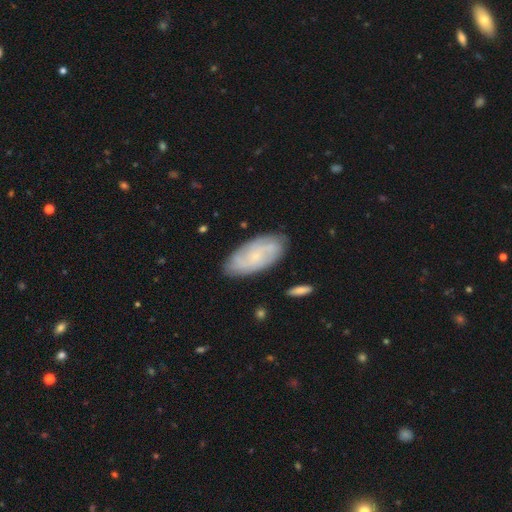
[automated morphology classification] This is possibly a featured or disk galaxy (59%). It is clearly not viewed edge-on (93%). Bar: likely no (71%). Spiral arm pattern: clearly yes (88%). Central bulge: likely small (72%). Merging: clearly none (81%).